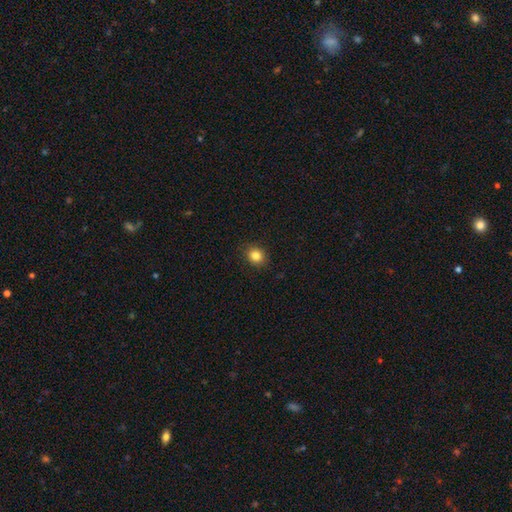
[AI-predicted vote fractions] Overall: smooth (84%). How rounded: round (72%). Merging: none (89%).